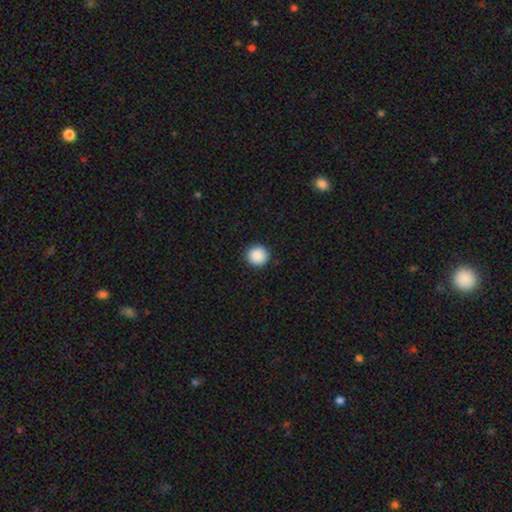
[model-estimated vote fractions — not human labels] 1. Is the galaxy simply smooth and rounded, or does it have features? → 89% smooth, 8% star or artifact, 2% featured or disk.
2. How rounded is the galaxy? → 94% round, 5% in between, 1% cigar-shaped.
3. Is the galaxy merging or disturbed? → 92% none, 5% minor disturbance, 2% major disturbance, 1% merger.